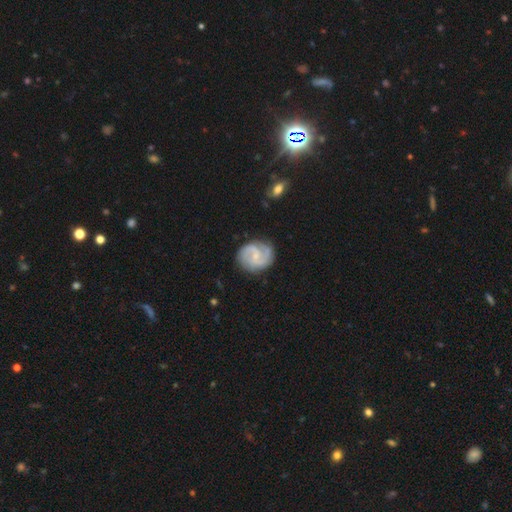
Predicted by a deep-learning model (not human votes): A featured or disk galaxy (83%) with a weak bar (50%), 2 (80%) medium (49%) spiral arms (96%) and a small central bulge (68%).

Vote fractions:
- Smooth or featured? featured or disk: 83% / smooth: 13% / star or artifact: 5%
- Edge-on disk? no: 98% / yes: 2%
- Bar? weak: 50% / no: 40% / strong: 9%
- Spiral arms? yes: 96% / no: 4%
- Spiral winding? medium: 49% / tight: 32% / loose: 19%
- Spiral arm count? 2: 80% / can't tell: 7% / 3: 6% / 1: 3% / 4: 2% / more than 4: 2%
- Bulge size? small: 68% / moderate: 19% / none: 11% / large: 1% / dominant: 1%
- Merging? none: 75% / minor disturbance: 17% / major disturbance: 6% / merger: 2%